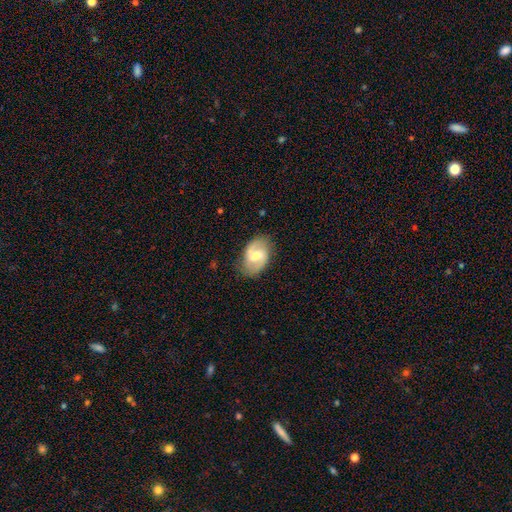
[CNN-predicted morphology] Smooth or featured: featured or disk — 71% (smooth — 23%)
Edge-on disk: no — 97% (yes — 3%)
Bar: weak — 56% (strong — 24%)
Spiral arms: yes — 86% (no — 14%)
Spiral winding: medium — 49% (loose — 32%)
Spiral arm count: 2 — 87% (can't tell — 7%)
Bulge size: moderate — 64% (small — 25%)
Merging: none — 79% (minor disturbance — 15%)